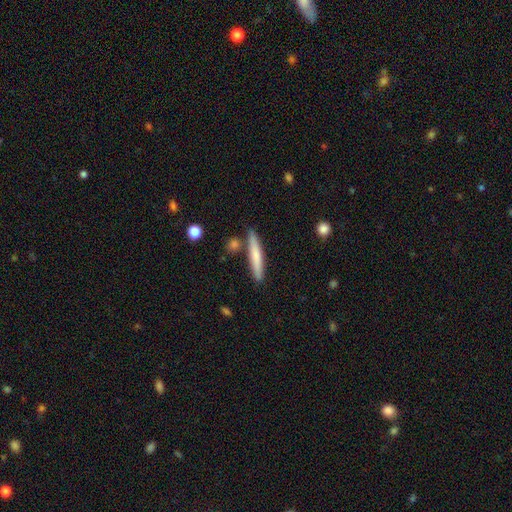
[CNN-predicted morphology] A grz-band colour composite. It shows a smooth galaxy with no disk features (65%) that is cigar-shaped (93%). Merging: none (83%).